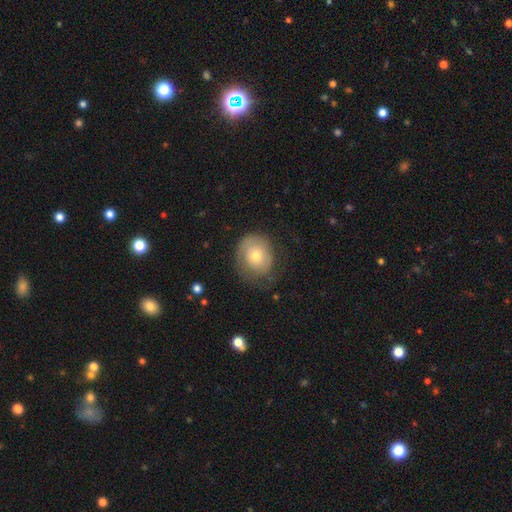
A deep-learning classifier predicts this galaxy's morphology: Q: Smooth or featured?
A: smooth (56%); runner-up: featured or disk (37%)
Q: How rounded?
A: round (70%); runner-up: in between (29%)
Q: Merging?
A: none (60%); runner-up: minor disturbance (25%)